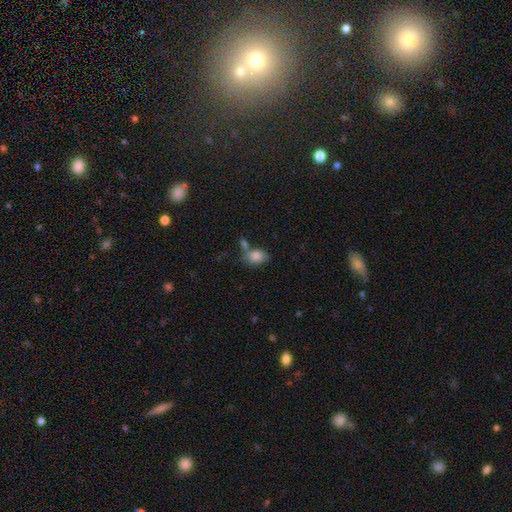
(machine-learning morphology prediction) type=smooth (83%); roundness=in between (75%); merging=none (47%).